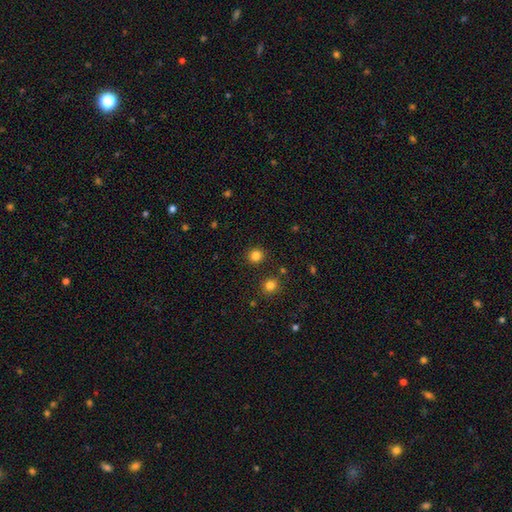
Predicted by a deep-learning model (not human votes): This appears to be a smooth galaxy with no disk features (82%) that is round (90%). Merging: none (90%).